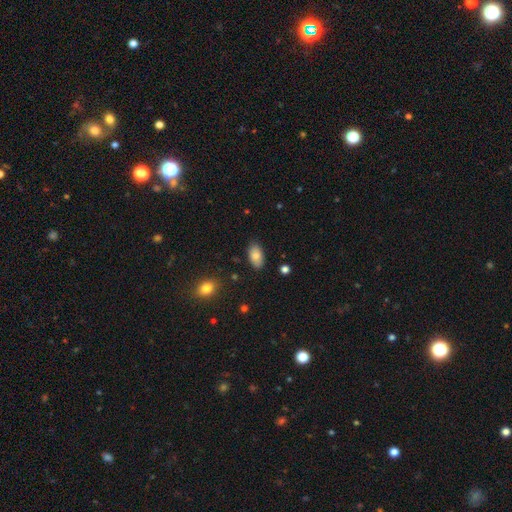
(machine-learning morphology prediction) smooth 83%, featured or disk 9%, star or artifact 7%. Down the decision tree: how rounded — in between (94%); merging — none (85%).